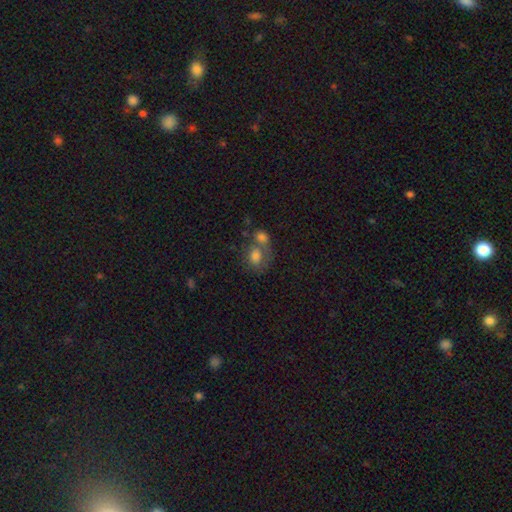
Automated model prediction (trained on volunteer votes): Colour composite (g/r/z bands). It shows a smooth galaxy with no disk features (73%) that is in between round and cigar-shaped (51%). Merging: merger (57%).